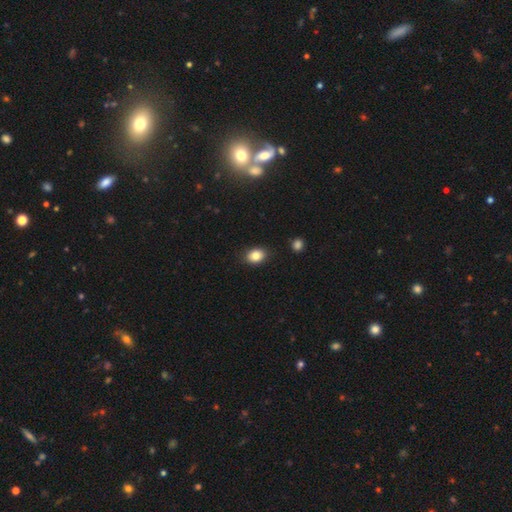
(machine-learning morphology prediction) Smooth or featured: smooth — 84% (star or artifact — 9%)
How rounded: in between — 65% (round — 34%)
Merging: none — 86% (minor disturbance — 10%)